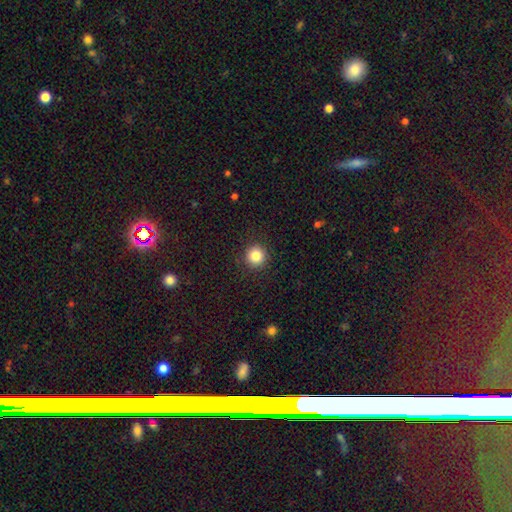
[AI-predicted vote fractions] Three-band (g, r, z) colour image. It shows a smooth galaxy with no disk features (84%) that is round (95%). Merging: none (91%).